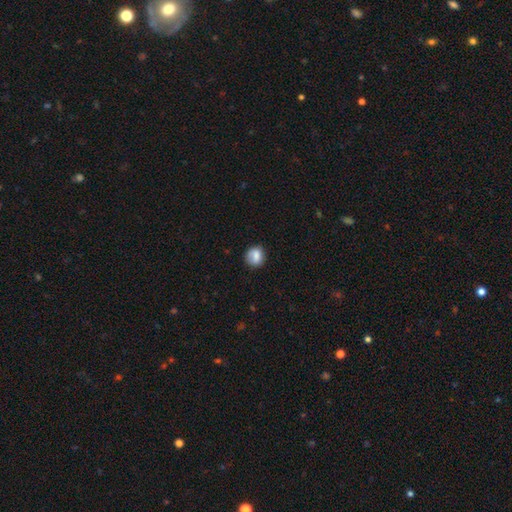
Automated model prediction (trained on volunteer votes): A smooth galaxy with no disk features (81%) that is round (78%).

Vote fractions:
- Smooth or featured? smooth: 81% / featured or disk: 11% / star or artifact: 9%
- How rounded? round: 78% / in between: 21% / cigar-shaped: 1%
- Merging? none: 75% / minor disturbance: 18% / major disturbance: 5% / merger: 2%